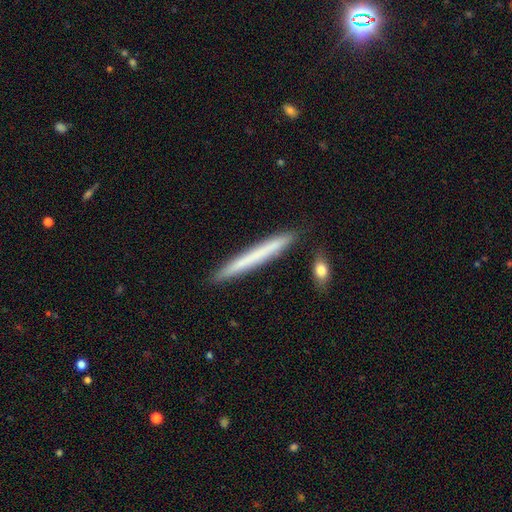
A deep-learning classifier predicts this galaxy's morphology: smooth_or_featured: smooth (p=0.61) [alt: featured or disk p=0.33]
how_rounded: cigar-shaped (p=0.97) [alt: in between p=0.02]
merging: none (p=0.90) [alt: minor disturbance p=0.07]